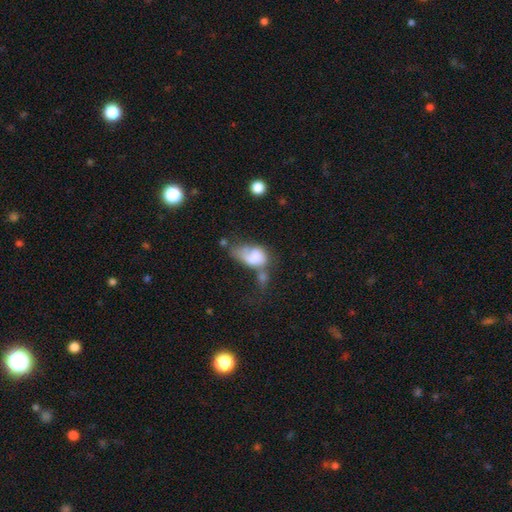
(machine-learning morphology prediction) Overall: smooth (60%; featured or disk 30%). How rounded: in between (84%). Merging: merger (36%; major disturbance 35%).